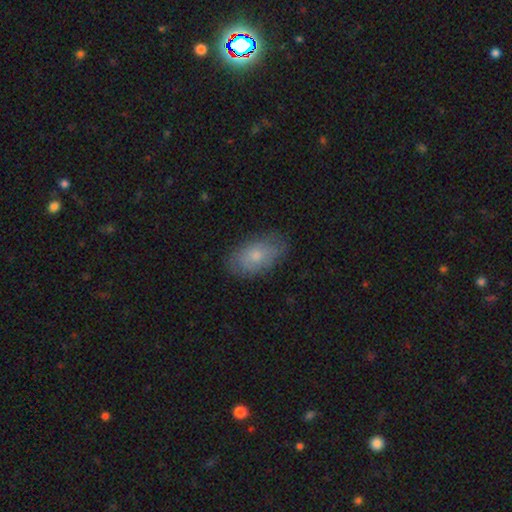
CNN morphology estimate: The model was most divided on "smooth or featured": smooth: 69%, featured or disk: 23%, star or artifact: 7%. More confident: how rounded — in between (92%); merging — none (76%).